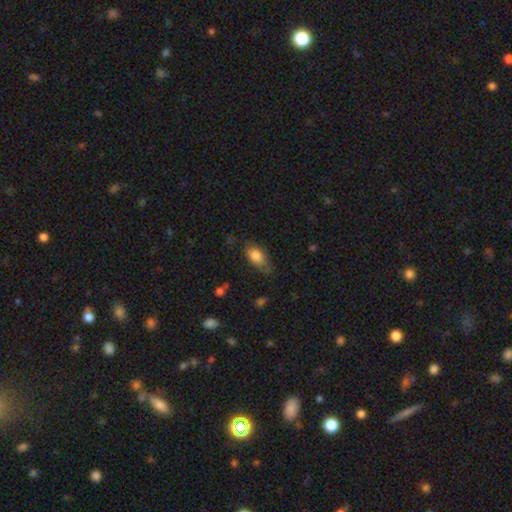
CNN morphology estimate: Smooth or featured?
  - smooth: 80% *
  - featured or disk: 13%
  - star or artifact: 7%
How rounded?
  - in between: 88% *
  - cigar-shaped: 6%
  - round: 6%
Merging?
  - none: 56% *
  - minor disturbance: 32%
  - major disturbance: 10%
  - merger: 2%